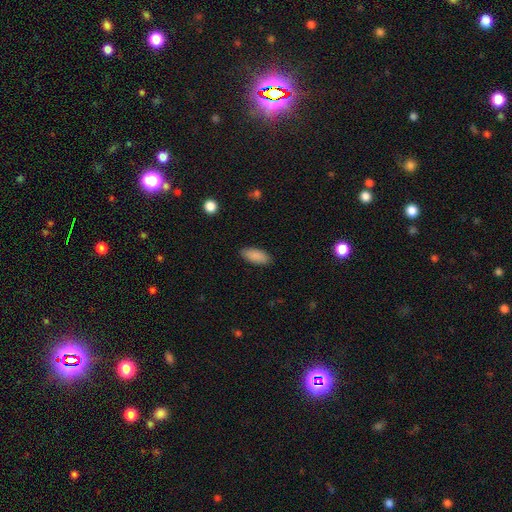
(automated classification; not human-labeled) A smooth galaxy with no disk features (89%) that is in between round and cigar-shaped (83%).

Vote fractions:
- Smooth or featured? smooth: 89% / star or artifact: 7% / featured or disk: 4%
- How rounded? in between: 83% / cigar-shaped: 15% / round: 2%
- Merging? none: 88% / minor disturbance: 9% / major disturbance: 2% / merger: 1%